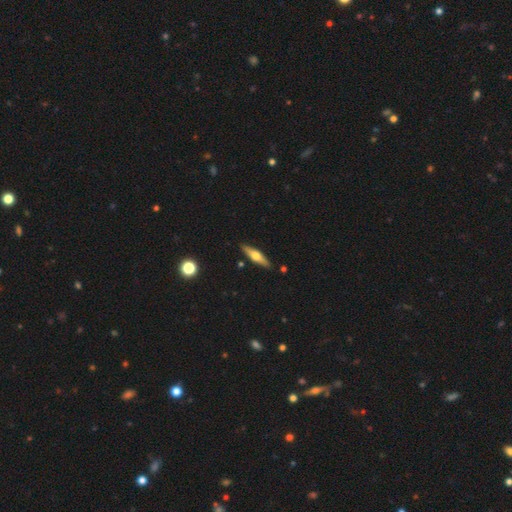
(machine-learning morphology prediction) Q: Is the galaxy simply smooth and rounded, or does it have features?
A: featured or disk — 57%.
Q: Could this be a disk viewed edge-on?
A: yes — 94%.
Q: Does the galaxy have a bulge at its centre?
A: rounded — 93%.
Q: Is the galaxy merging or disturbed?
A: none — 88%.